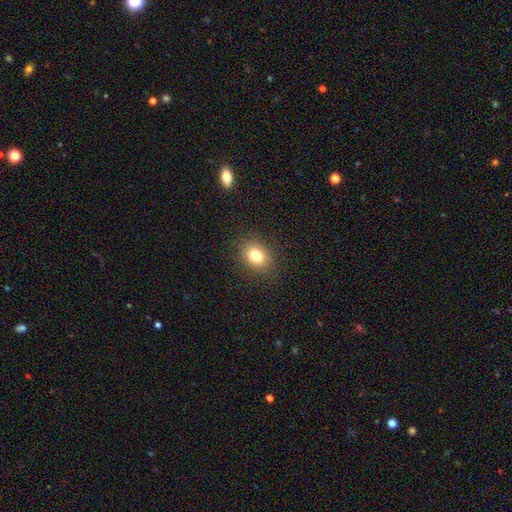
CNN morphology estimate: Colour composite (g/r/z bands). It shows a smooth galaxy with no disk features (79%) that is in between round and cigar-shaped (56%). Merging: none (87%).